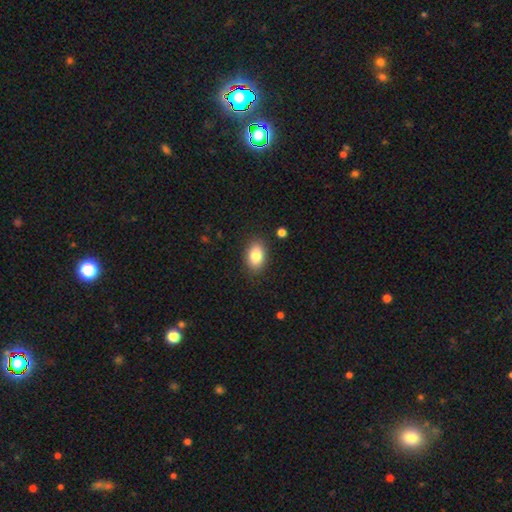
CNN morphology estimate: Smooth or featured? Predicted: smooth (p=0.83). How rounded? Predicted: in between (p=0.85). Merging? Predicted: none (p=0.87).